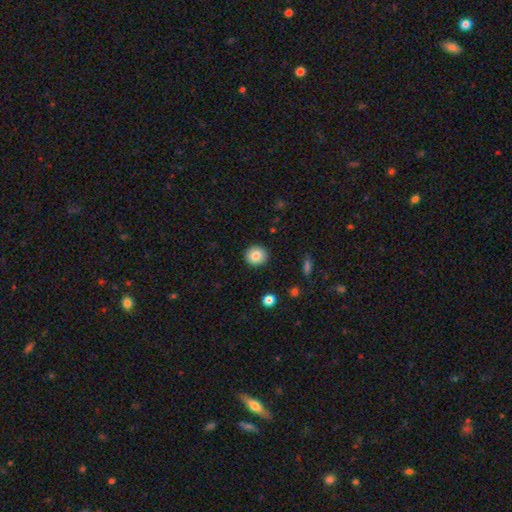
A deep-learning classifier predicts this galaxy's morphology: smooth-or-featured: smooth: 84% | star or artifact: 9% | featured or disk: 7%
  how-rounded: round: 87% | in between: 12% | cigar-shaped: 1%
  merging: none: 91% | minor disturbance: 6% | major disturbance: 2% | merger: 1%